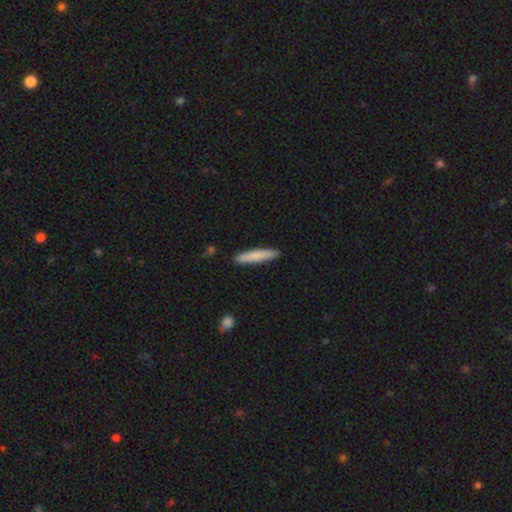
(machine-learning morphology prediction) Smooth or featured: smooth — 79% (featured or disk — 15%)
How rounded: cigar-shaped — 91% (in between — 7%)
Merging: none — 90% (minor disturbance — 7%)